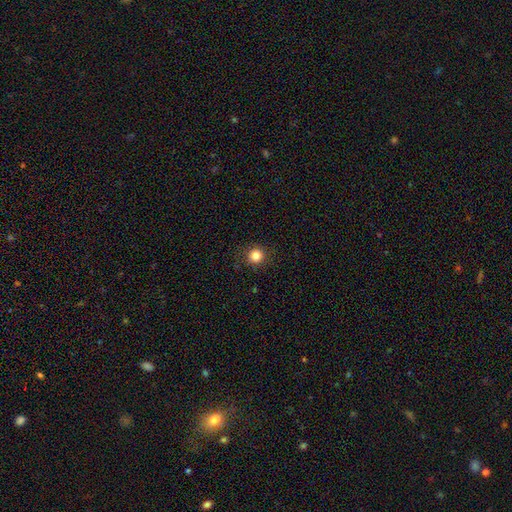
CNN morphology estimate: type=smooth (84%); roundness=round (94%); merging=none (90%).